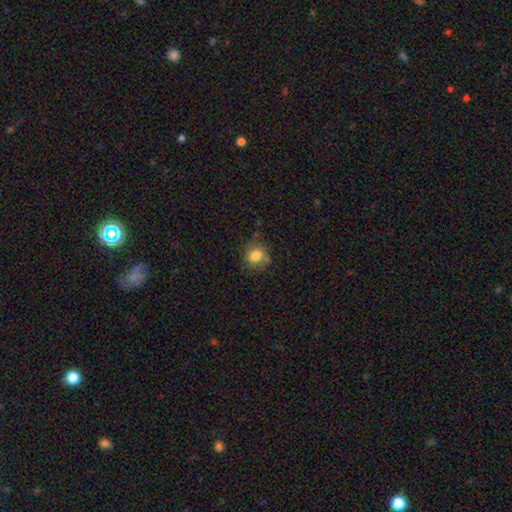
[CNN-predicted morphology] This appears to be a smooth galaxy with no disk features (81%) that is round (78%). Merging: none (75%).